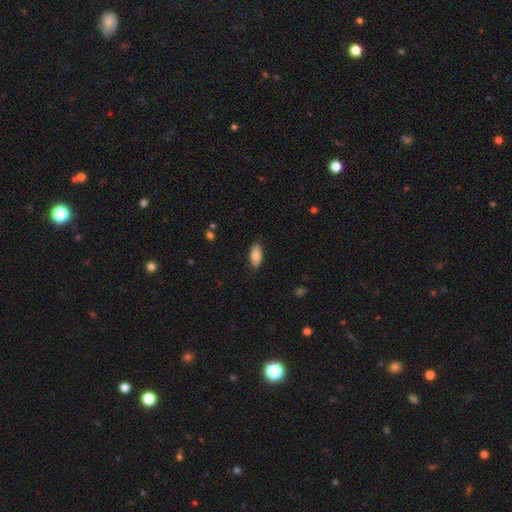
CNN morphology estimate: Smooth or featured: smooth — 81% (featured or disk — 13%)
How rounded: in between — 88% (cigar-shaped — 10%)
Merging: none — 85% (minor disturbance — 12%)